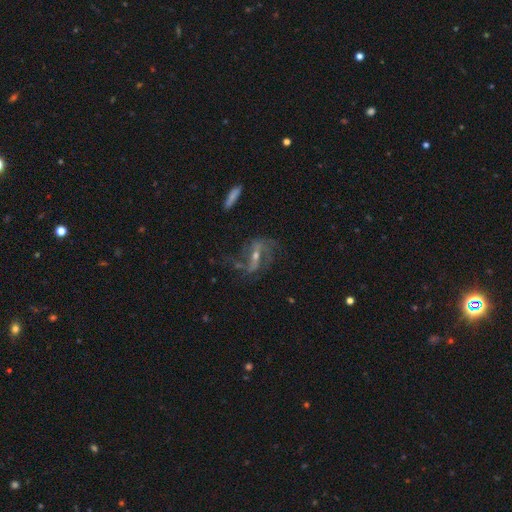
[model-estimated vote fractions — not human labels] smooth-or-featured: featured or disk: 81% | star or artifact: 11% | smooth: 8%
  disk-edge-on: no: 92% | yes: 8%
    bar: strong: 40% | weak: 38% | no: 22%
    has-spiral-arms: yes: 89% | no: 11%
      spiral-winding: loose: 61% | medium: 29% | tight: 10%
      spiral-arm-count: 2: 69% | can't tell: 12% | 3: 7% | 1: 6% | 4: 3% | more than 4: 3%
    bulge-size: small: 56% | moderate: 38% | none: 3% | large: 2% | dominant: 1%
  merging: none: 57% | major disturbance: 22% | minor disturbance: 18% | merger: 3%